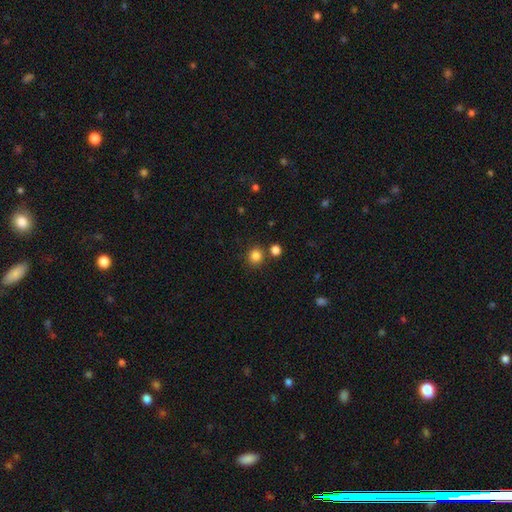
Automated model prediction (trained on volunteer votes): The model was most divided on "smooth or featured": smooth: 83%, star or artifact: 13%, featured or disk: 4%. More confident: how rounded — round (90%); merging — none (81%).